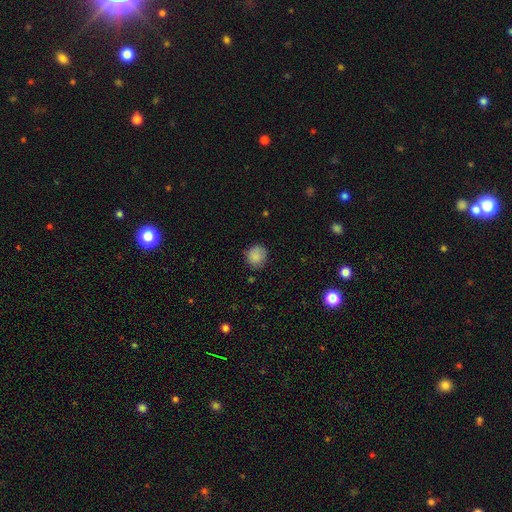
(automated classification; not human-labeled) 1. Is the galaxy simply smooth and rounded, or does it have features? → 86% smooth, 9% star or artifact, 6% featured or disk.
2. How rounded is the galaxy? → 84% round, 15% in between, 1% cigar-shaped.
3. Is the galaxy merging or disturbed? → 77% none, 18% minor disturbance, 4% major disturbance, 1% merger.